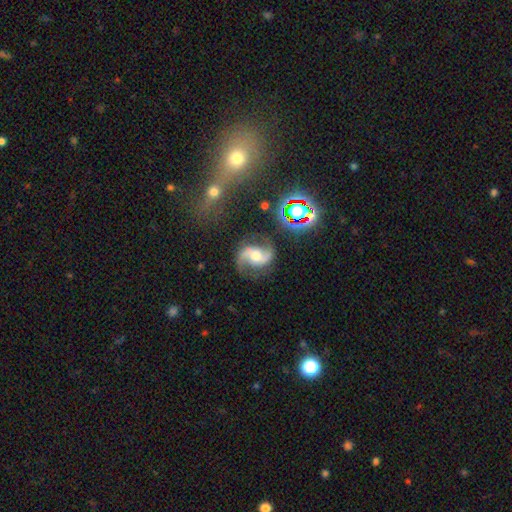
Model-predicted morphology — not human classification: smooth-or-featured: featured or disk: 87% | star or artifact: 8% | smooth: 5%
  disk-edge-on: no: 98% | yes: 2%
    bar: no: 47% | weak: 37% | strong: 16%
    has-spiral-arms: yes: 97% | no: 3%
      spiral-winding: loose: 51% | medium: 40% | tight: 8%
      spiral-arm-count: 2: 93% | 1: 2% | can't tell: 2% | 3: 1% | 4: 1% | more than 4: 1%
    bulge-size: moderate: 65% | small: 18% | large: 12% | none: 3% | dominant: 2%
  merging: none: 76% | minor disturbance: 15% | major disturbance: 7% | merger: 2%